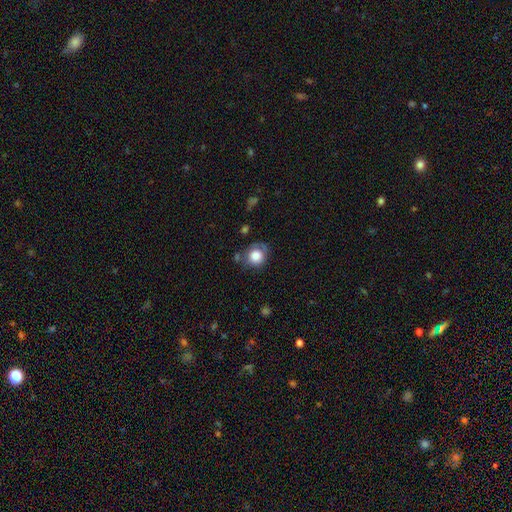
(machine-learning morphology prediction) A smooth galaxy with no disk features (81%) that is round (83%). Merging: none (63%).